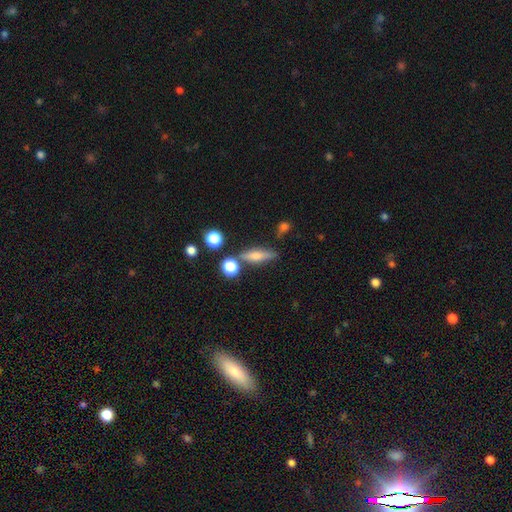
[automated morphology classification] Q: Smooth or featured?
A: smooth (58%); runner-up: featured or disk (32%)
Q: How rounded?
A: cigar-shaped (61%); runner-up: in between (32%)
Q: Merging?
A: none (72%); runner-up: minor disturbance (14%)